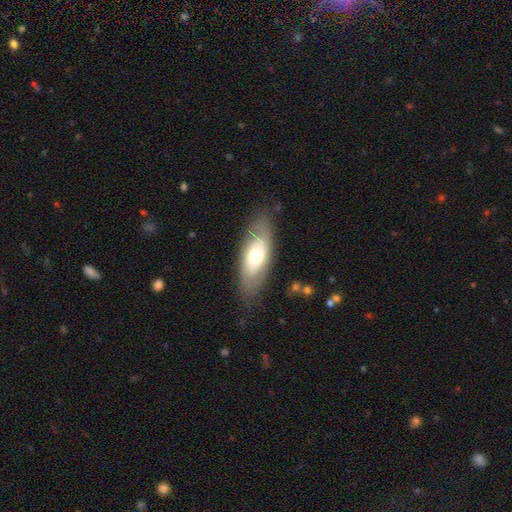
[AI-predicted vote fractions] The model was most divided on "smooth or featured": smooth: 55%, featured or disk: 38%, star or artifact: 6%. More confident: how rounded — in between (79%); merging — none (79%).